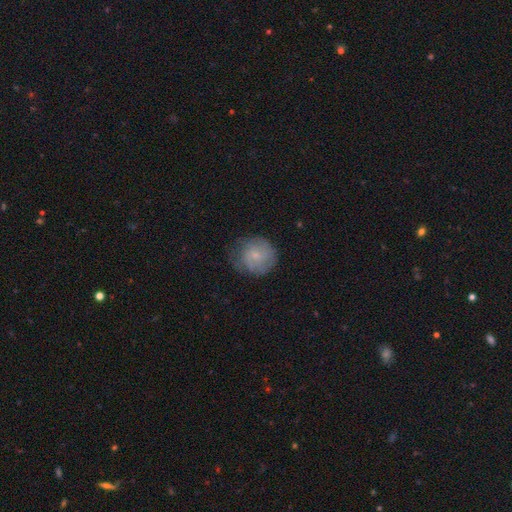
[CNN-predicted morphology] This is possibly a smooth galaxy (49%). Merging: likely none (68%).